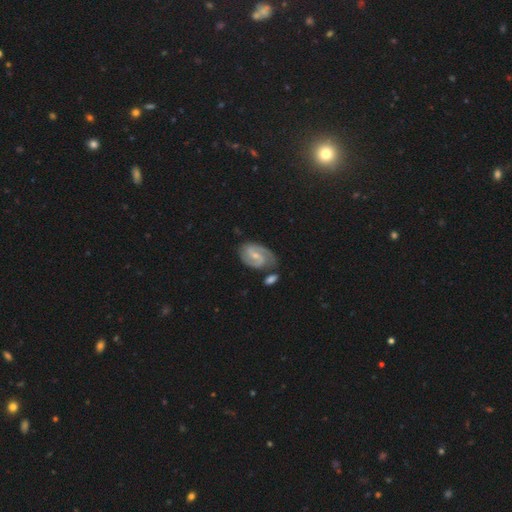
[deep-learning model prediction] The model was most divided on "spiral winding": medium: 52%, tight: 34%, loose: 14%. More confident: edge-on disk — no (97%); spiral arms — yes (97%); spiral arm count — 2 (89%); smooth or featured — featured or disk (86%); merging — none (67%); bulge size — small (62%); bar — weak (53%).